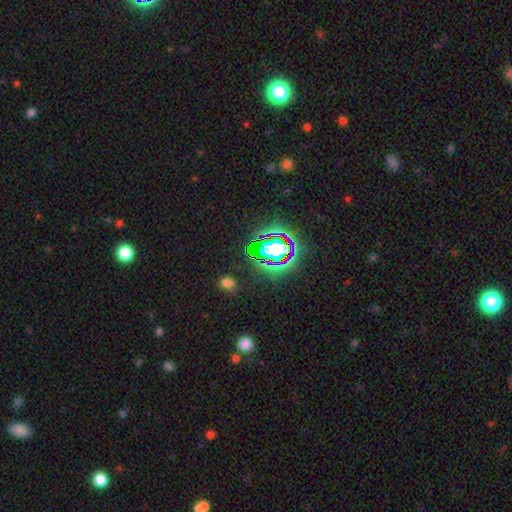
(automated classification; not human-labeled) A star or artifact, not a galaxy (66%).